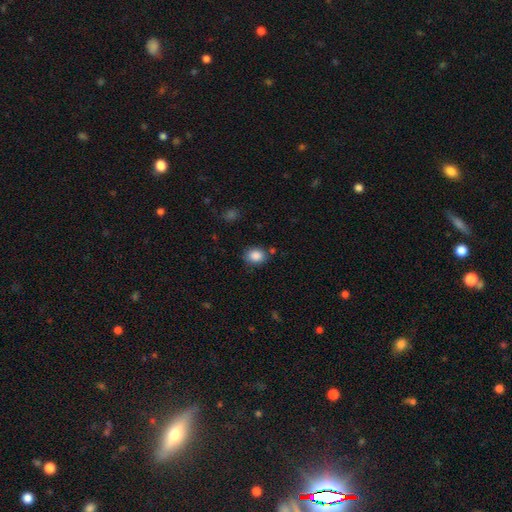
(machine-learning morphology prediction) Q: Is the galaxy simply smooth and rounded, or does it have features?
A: smooth — 87%.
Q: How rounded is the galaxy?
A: round — 54%.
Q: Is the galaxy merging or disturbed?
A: none — 76%.